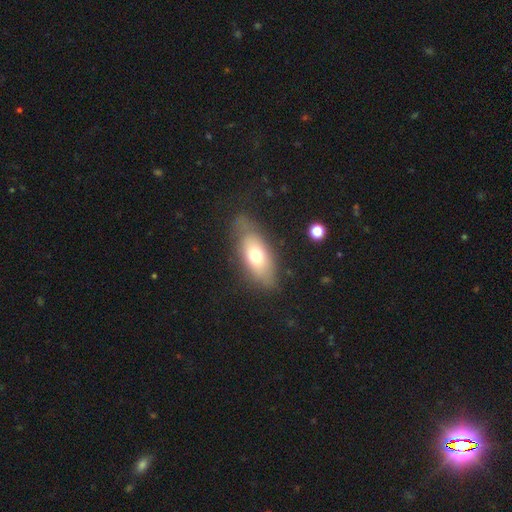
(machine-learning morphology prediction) type=smooth (68%); roundness=in between (83%); merging=none (65%).